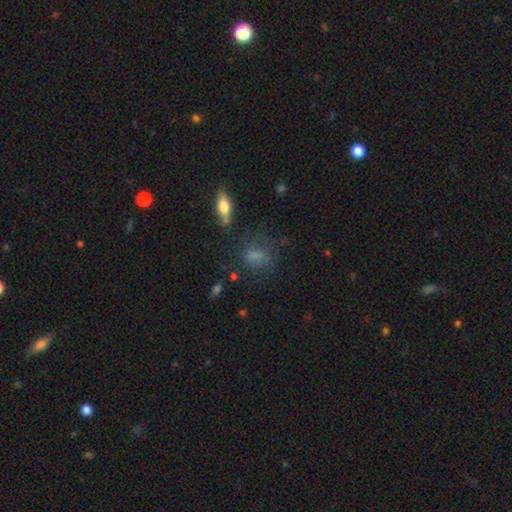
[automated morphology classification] Smooth or featured? Predicted: smooth (p=0.69). How rounded? Predicted: in between (p=0.63). Merging? Predicted: none (p=0.60).